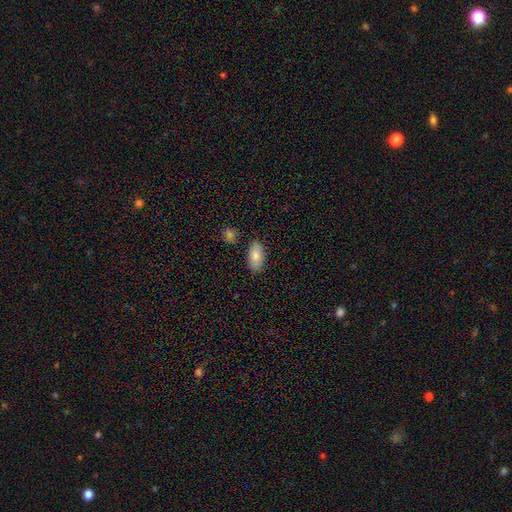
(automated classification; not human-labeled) Smooth or featured? Predicted: smooth (p=0.82). How rounded? Predicted: in between (p=0.93). Merging? Predicted: none (p=0.83).